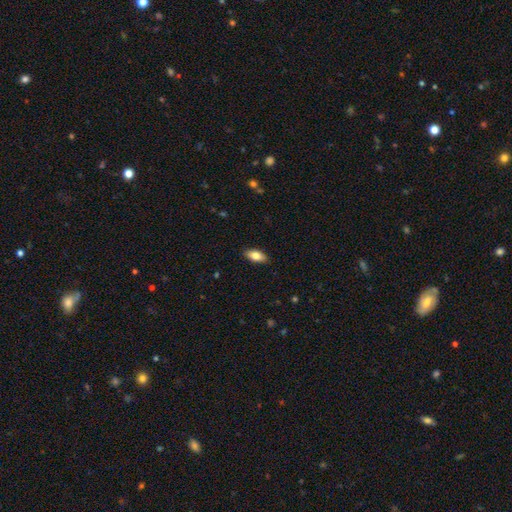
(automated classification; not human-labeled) smooth 81%, featured or disk 12%, star or artifact 7%. Down the decision tree: how rounded — in between (89%); merging — none (89%).